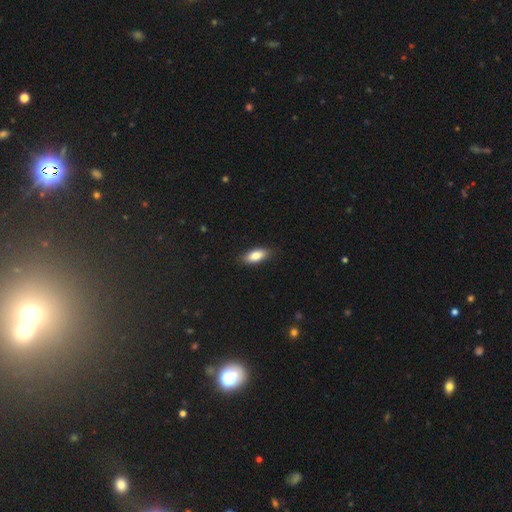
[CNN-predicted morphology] Overall: smooth (83%). How rounded: in between (84%). Merging: none (86%).